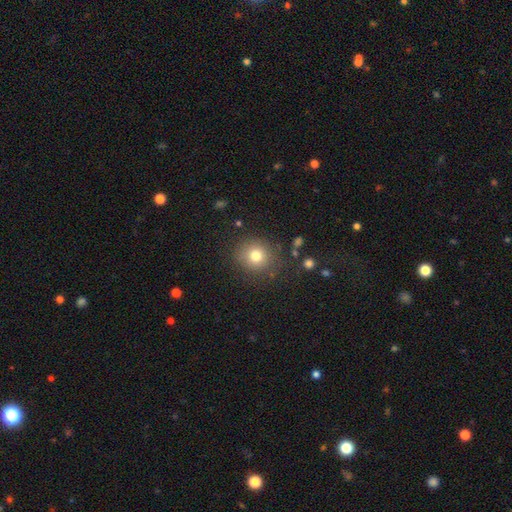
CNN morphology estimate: Smooth or featured: smooth — 77% (star or artifact — 13%)
How rounded: round — 88% (in between — 11%)
Merging: none — 84% (minor disturbance — 10%)